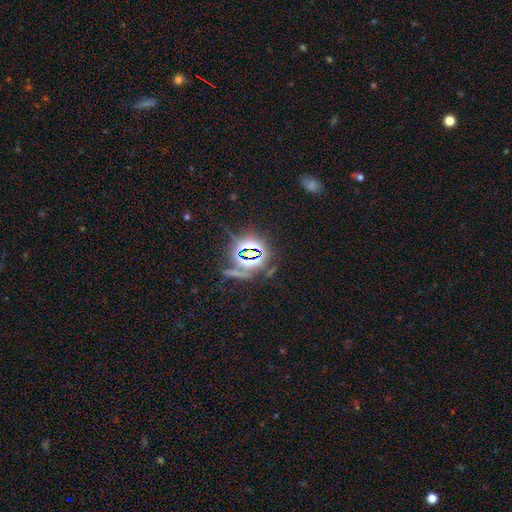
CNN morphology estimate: A star or artifact, not a galaxy (78%).